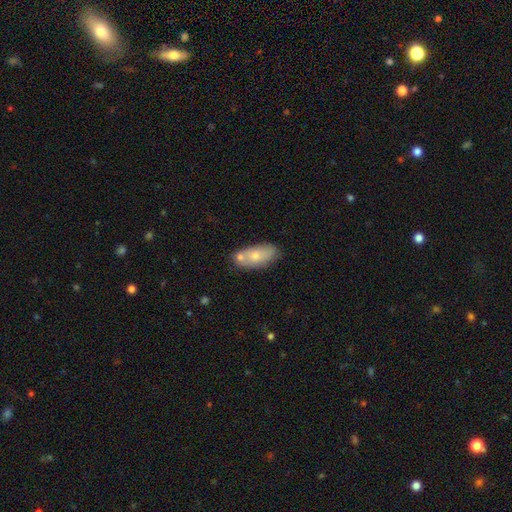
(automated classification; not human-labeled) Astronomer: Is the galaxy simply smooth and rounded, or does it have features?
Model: smooth — 68%.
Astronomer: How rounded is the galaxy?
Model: in between — 86%.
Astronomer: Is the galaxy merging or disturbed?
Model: none — 52%.